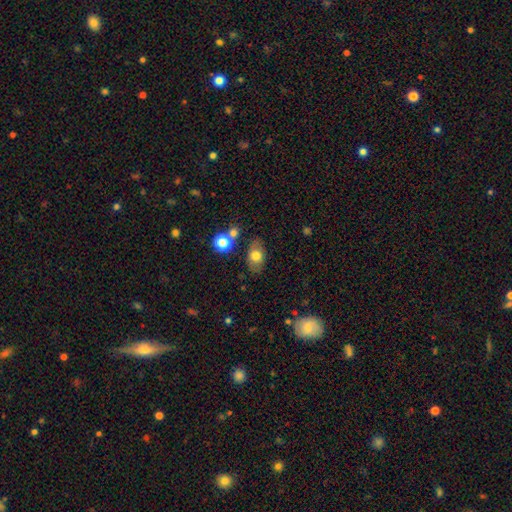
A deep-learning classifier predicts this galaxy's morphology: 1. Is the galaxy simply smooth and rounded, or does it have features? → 73% smooth, 17% featured or disk, 9% star or artifact.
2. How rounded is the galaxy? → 83% in between, 15% round, 2% cigar-shaped.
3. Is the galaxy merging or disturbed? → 76% none, 14% minor disturbance, 6% merger, 4% major disturbance.